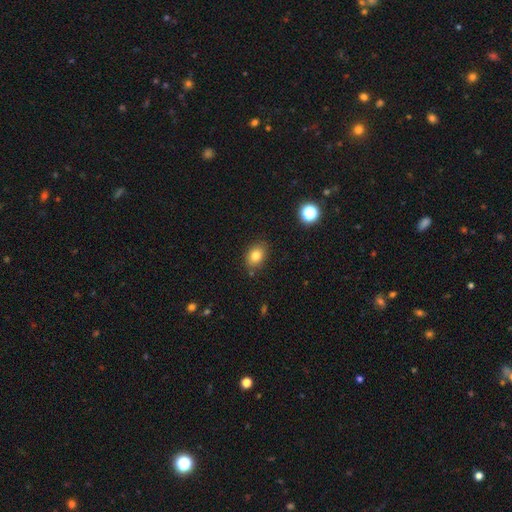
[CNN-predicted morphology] Q: Smooth or featured?
A: smooth (80%); runner-up: star or artifact (11%)
Q: How rounded?
A: in between (74%); runner-up: round (25%)
Q: Merging?
A: none (83%); runner-up: minor disturbance (11%)